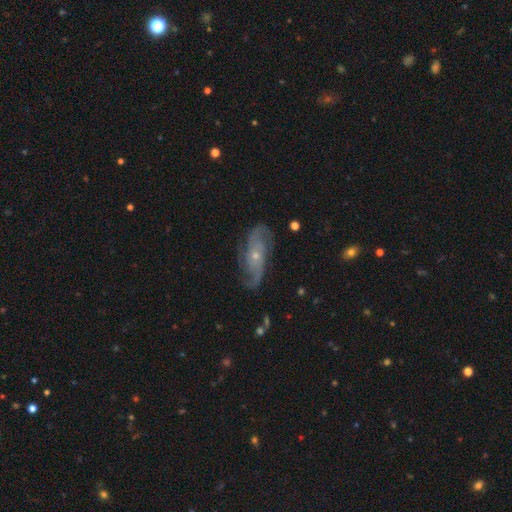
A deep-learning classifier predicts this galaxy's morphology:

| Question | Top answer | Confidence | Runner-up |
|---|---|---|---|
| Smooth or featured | featured or disk | 87% | smooth (8%) |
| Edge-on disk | no | 95% | yes (5%) |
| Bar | no | 72% | weak (22%) |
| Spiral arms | yes | 97% | no (3%) |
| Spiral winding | medium | 46% | tight (31%) |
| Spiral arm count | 2 | 53% | 3 (19%) |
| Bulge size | small | 73% | moderate (23%) |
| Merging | none | 74% | minor disturbance (17%) |